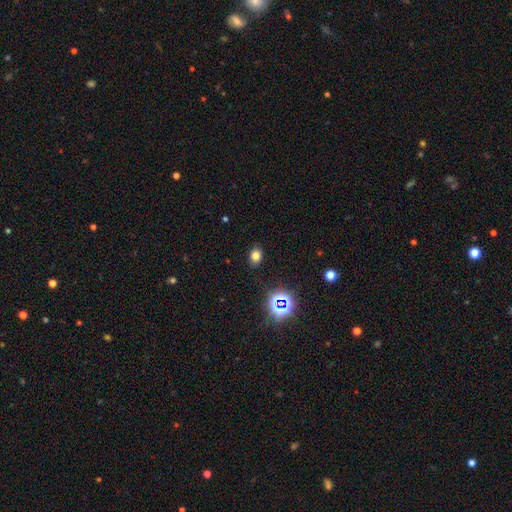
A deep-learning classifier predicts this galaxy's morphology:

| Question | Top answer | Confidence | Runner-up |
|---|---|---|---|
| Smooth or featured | smooth | 73% | star or artifact (20%) |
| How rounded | in between | 67% | round (32%) |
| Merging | none | 86% | minor disturbance (10%) |